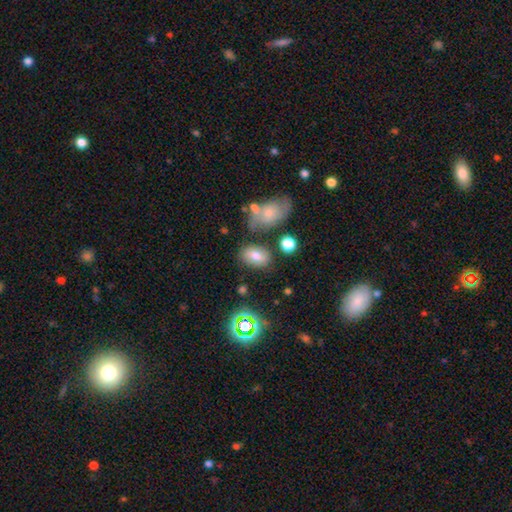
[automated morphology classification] smooth_or_featured: smooth (p=0.72) [alt: featured or disk p=0.15]
how_rounded: in between (p=0.82) [alt: round p=0.16]
merging: none (p=0.73) [alt: minor disturbance p=0.15]